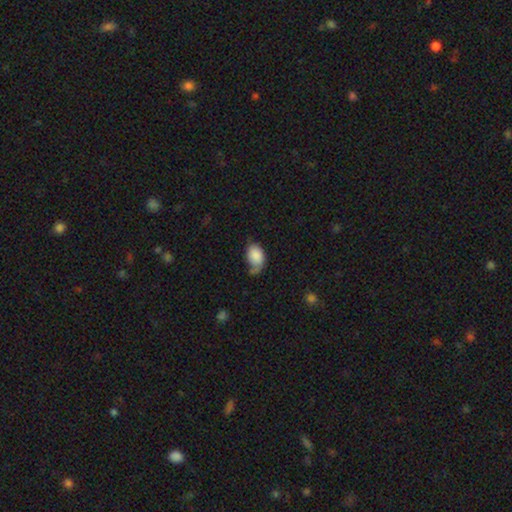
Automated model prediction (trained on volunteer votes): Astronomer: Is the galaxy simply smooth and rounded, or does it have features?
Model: smooth — 80%.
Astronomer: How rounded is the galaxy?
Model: in between — 86%.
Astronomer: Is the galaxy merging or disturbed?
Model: none — 37% (runner-up: minor disturbance, 34%).